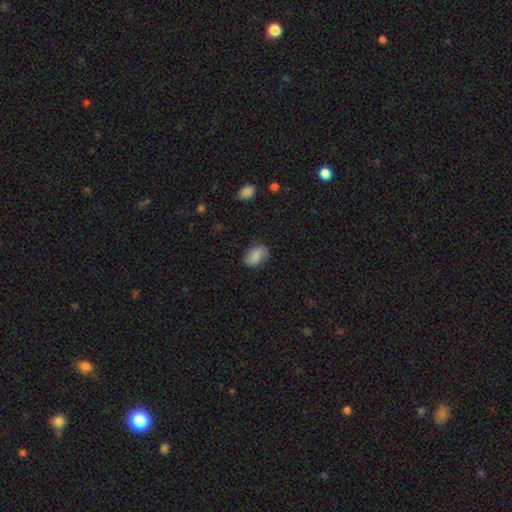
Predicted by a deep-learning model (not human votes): Q: Smooth or featured?
A: smooth (83%); runner-up: featured or disk (10%)
Q: How rounded?
A: in between (88%); runner-up: round (11%)
Q: Merging?
A: none (78%); runner-up: minor disturbance (17%)